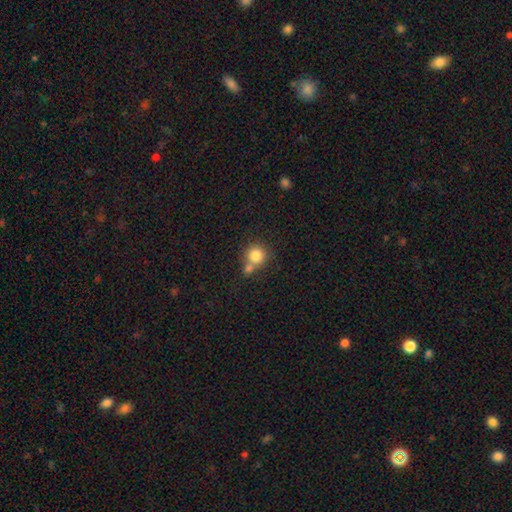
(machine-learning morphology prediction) Smooth or featured? smooth (81%)
How rounded? round (91%)
Merging? none (49%)